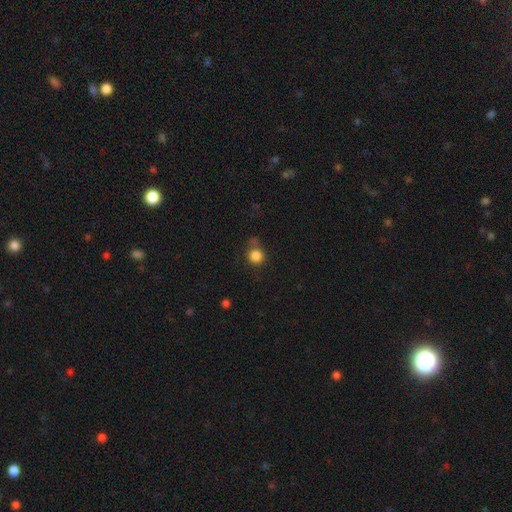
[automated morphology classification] smooth-or-featured: smooth: 84% | star or artifact: 11% | featured or disk: 5%
  how-rounded: round: 92% | in between: 7% | cigar-shaped: 1%
  merging: none: 67% | minor disturbance: 15% | merger: 12% | major disturbance: 6%